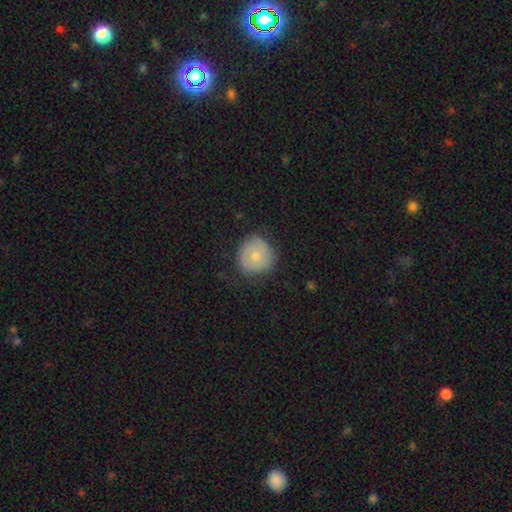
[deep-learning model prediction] Smooth or featured: smooth — 63% (featured or disk — 30%)
How rounded: round — 91% (in between — 8%)
Merging: none — 75% (minor disturbance — 19%)